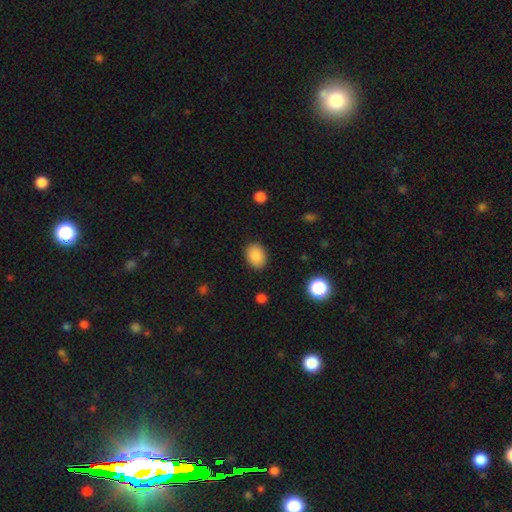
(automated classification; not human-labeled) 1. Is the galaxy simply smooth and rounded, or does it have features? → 88% smooth, 8% star or artifact, 4% featured or disk.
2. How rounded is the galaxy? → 68% in between, 31% round, 1% cigar-shaped.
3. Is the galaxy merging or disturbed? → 88% none, 8% minor disturbance, 3% major disturbance, 1% merger.